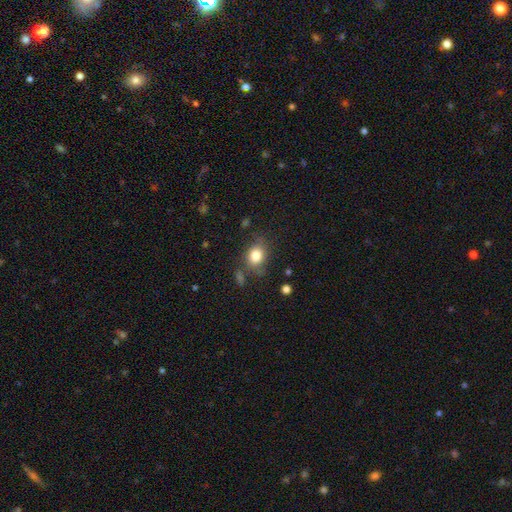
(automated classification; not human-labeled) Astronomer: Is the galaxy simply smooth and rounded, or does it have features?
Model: smooth — 82%.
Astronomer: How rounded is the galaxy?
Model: round — 52% (runner-up: in between, 47%).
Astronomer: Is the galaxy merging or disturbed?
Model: none — 73%.